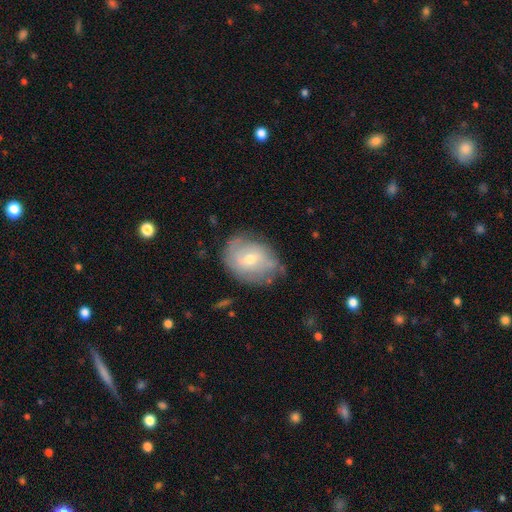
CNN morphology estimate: type=featured or disk (57%); edge-on=no (95%); bar=no (59%); spiral arms=yes (69%); bulge=moderate (53%); merging=none (64%).